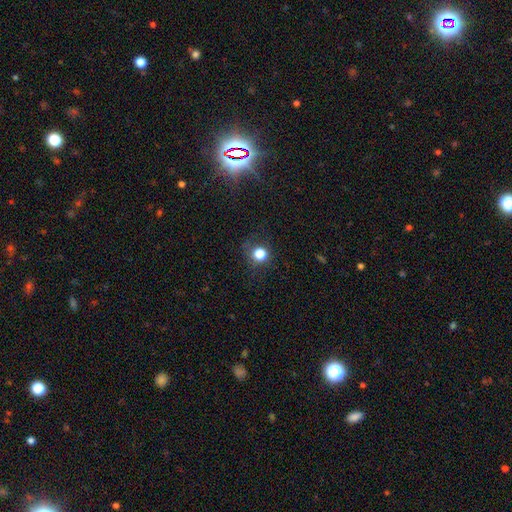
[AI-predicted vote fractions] Overall: star or artifact (52%; smooth 39%).